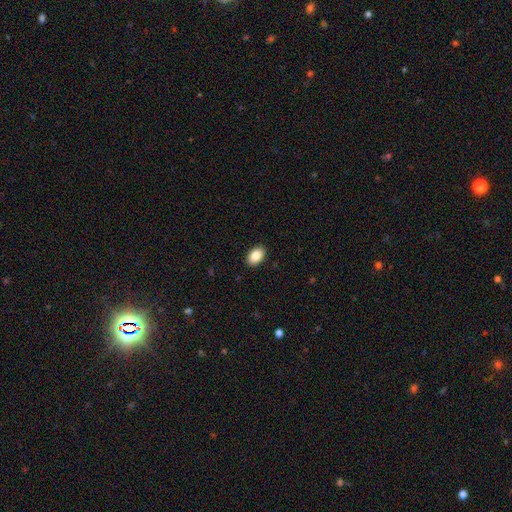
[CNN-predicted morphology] This is clearly a smooth galaxy (87%). How rounded: clearly in between (89%). Merging: clearly none (90%).